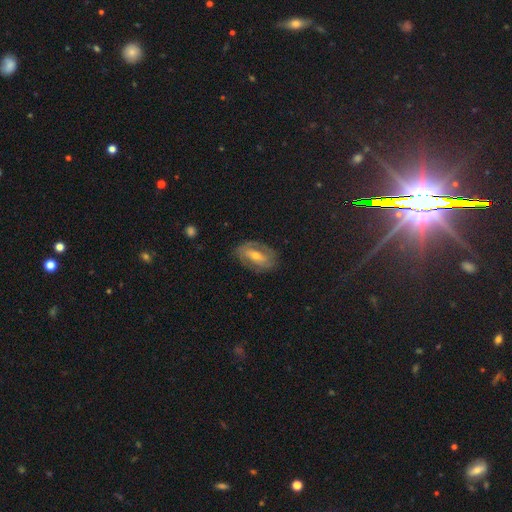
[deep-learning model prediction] This is likely a featured or disk galaxy (61%). It is clearly not viewed edge-on (90%). Bar: marginally weak (36%). Spiral arm pattern: possibly yes (58%). Central bulge: possibly moderate (59%). Merging: likely none (78%).